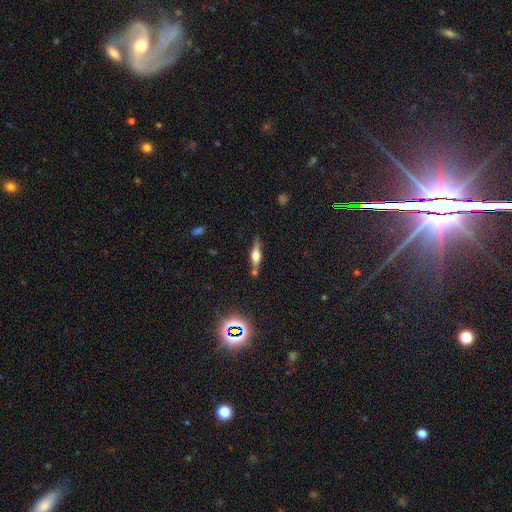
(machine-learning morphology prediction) smooth-or-featured: featured or disk: 54% | smooth: 36% | star or artifact: 10%
  disk-edge-on: yes: 93% | no: 7%
  merging: none: 73% | minor disturbance: 14% | merger: 9% | major disturbance: 4%